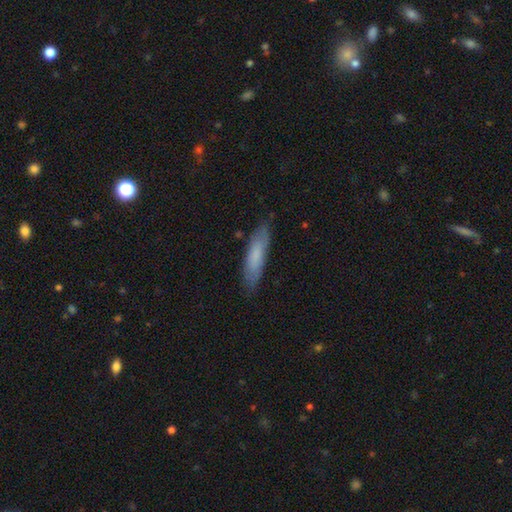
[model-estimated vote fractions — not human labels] This appears to be a smooth galaxy with no disk features (74%) that is cigar-shaped (71%). Merging: none (82%).